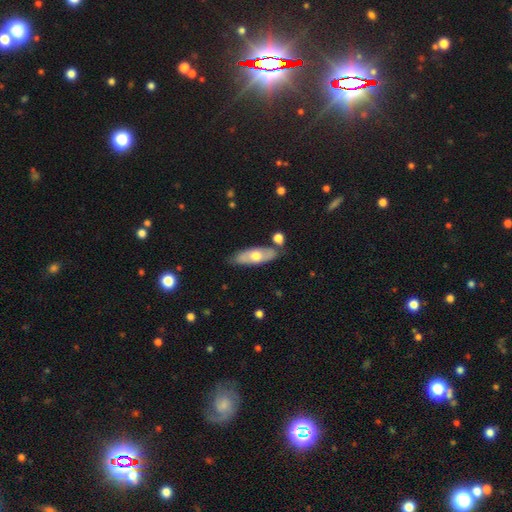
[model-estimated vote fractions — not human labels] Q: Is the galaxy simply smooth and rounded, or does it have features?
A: smooth — 51%.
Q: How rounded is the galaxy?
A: in between — 71%.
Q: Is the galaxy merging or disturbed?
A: none — 75%.